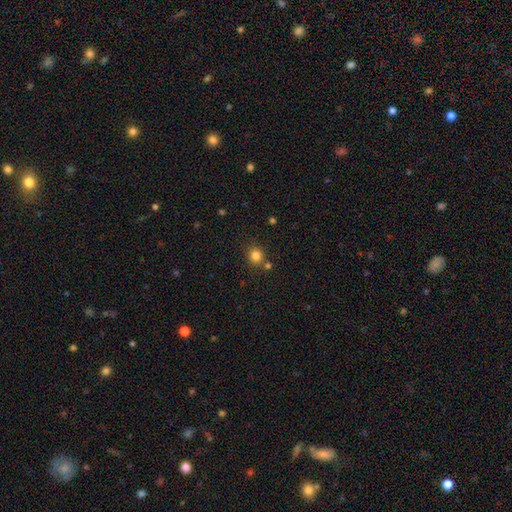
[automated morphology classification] The model was most divided on "smooth or featured": smooth: 82%, star or artifact: 13%, featured or disk: 5%. More confident: how rounded — round (90%); merging — none (79%).